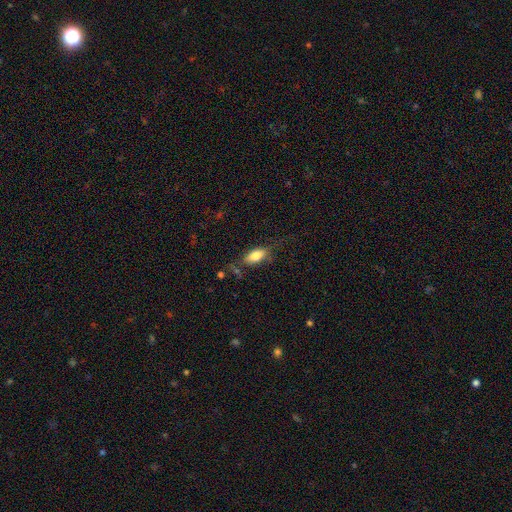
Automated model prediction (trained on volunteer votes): Overall: smooth (79%). How rounded: in between (85%). Merging: none (66%).